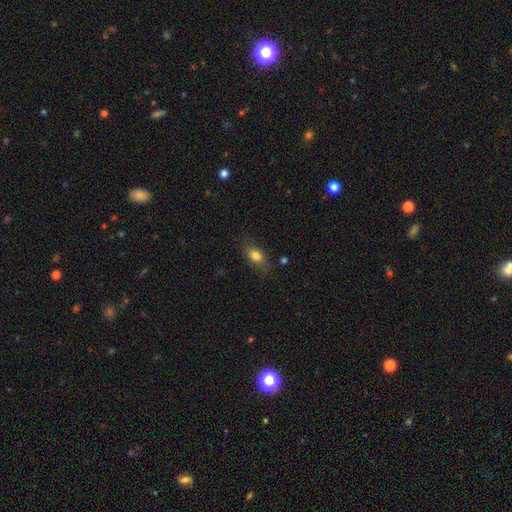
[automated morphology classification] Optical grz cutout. It shows a smooth galaxy with no disk features (80%) that is in between round and cigar-shaped (78%). Merging: none (75%).